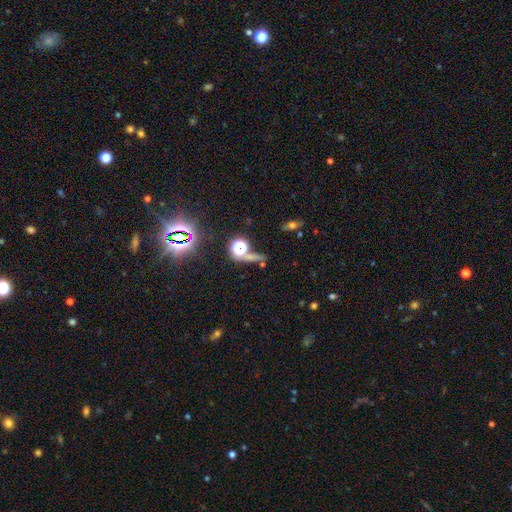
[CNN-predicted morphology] Smooth or featured? Predicted: star or artifact (p=0.60).